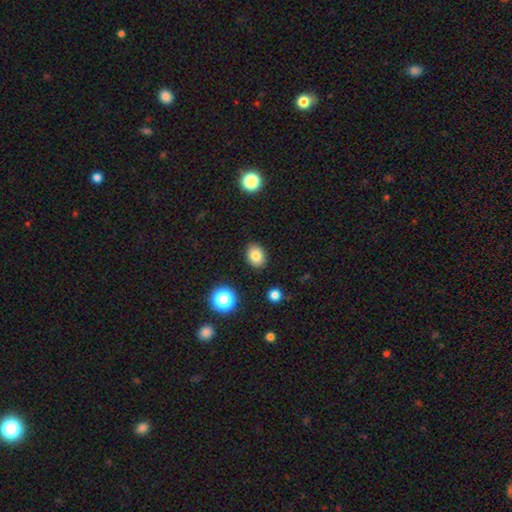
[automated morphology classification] Overall: smooth (82%). How rounded: in between (65%; round 34%). Merging: none (88%).